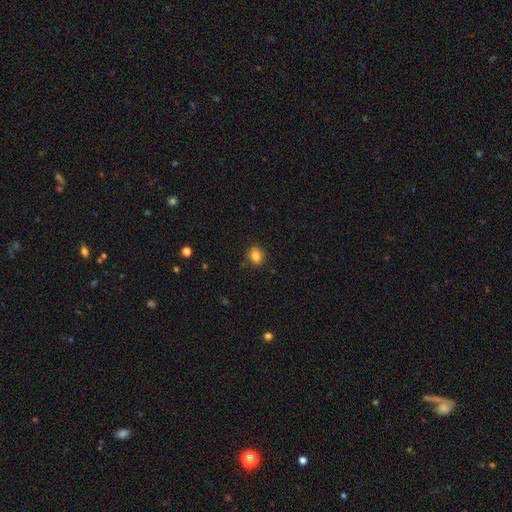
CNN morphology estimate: smooth 83%, star or artifact 11%, featured or disk 7%. Down the decision tree: how rounded — round (67%); merging — none (88%).